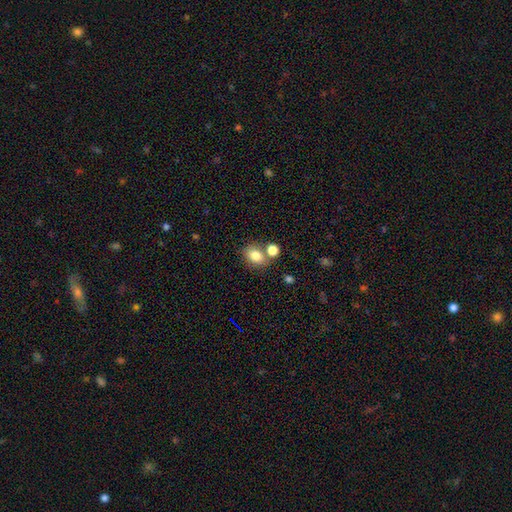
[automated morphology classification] Smooth or featured: smooth — 81% (star or artifact — 11%)
How rounded: in between — 56% (round — 43%)
Merging: none — 63% (merger — 22%)